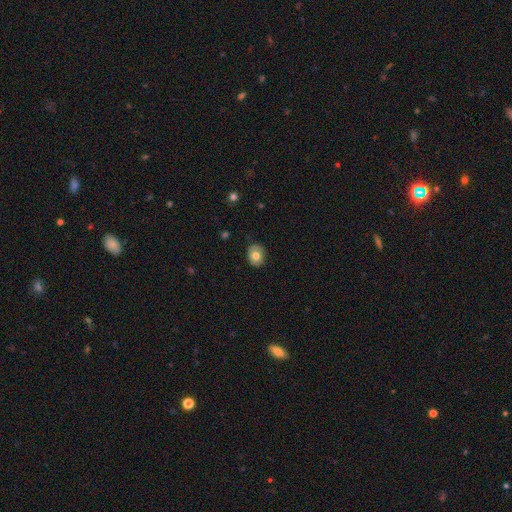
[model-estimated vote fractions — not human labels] smooth_or_featured: smooth (p=0.71) [alt: featured or disk p=0.20]
how_rounded: round (p=0.61) [alt: in between p=0.38]
merging: none (p=0.81) [alt: minor disturbance p=0.15]